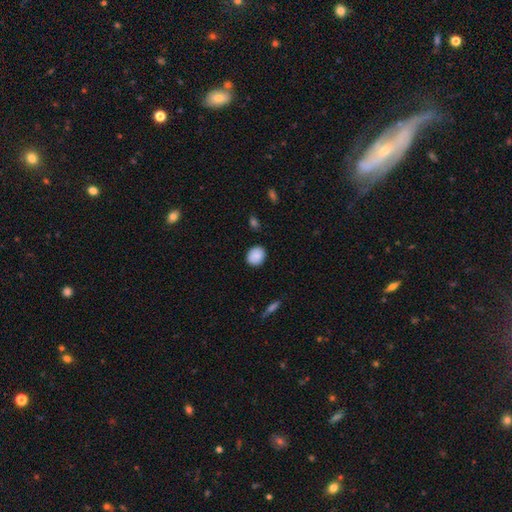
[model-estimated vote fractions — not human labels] smooth-or-featured: smooth: 88% | star or artifact: 7% | featured or disk: 5%
  how-rounded: round: 61% | in between: 38% | cigar-shaped: 1%
  merging: none: 87% | minor disturbance: 10% | major disturbance: 2% | merger: 1%